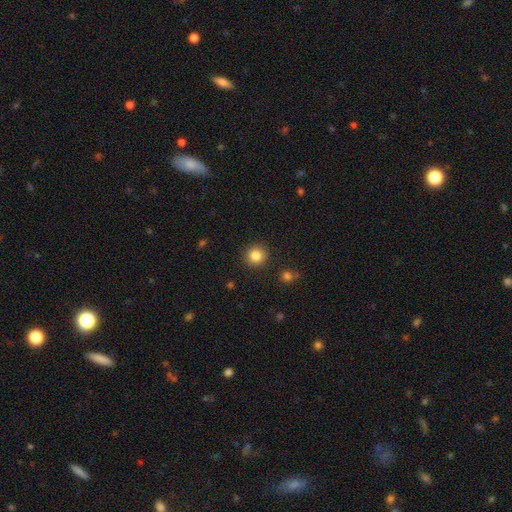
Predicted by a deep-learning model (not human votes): Smooth or featured?
  - smooth: 84% *
  - star or artifact: 11%
  - featured or disk: 5%
How rounded?
  - round: 93% *
  - in between: 7%
  - cigar-shaped: 1%
Merging?
  - none: 90% *
  - minor disturbance: 6%
  - major disturbance: 2%
  - merger: 2%